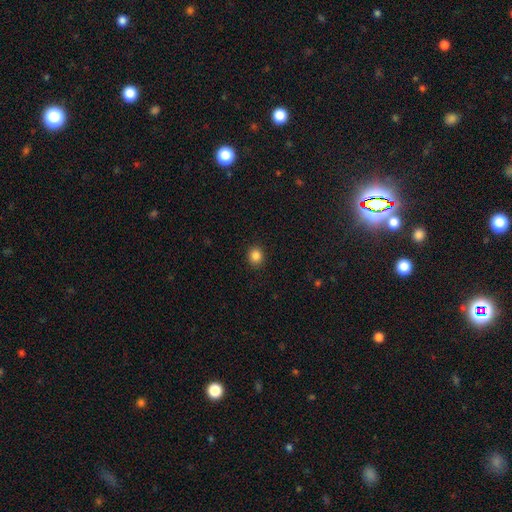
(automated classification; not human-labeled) A smooth galaxy with no disk features (86%) that is round (77%).

Vote fractions:
- Smooth or featured? smooth: 86% / star or artifact: 11% / featured or disk: 3%
- How rounded? round: 77% / in between: 22% / cigar-shaped: 1%
- Merging? none: 91% / minor disturbance: 6% / major disturbance: 2% / merger: 1%